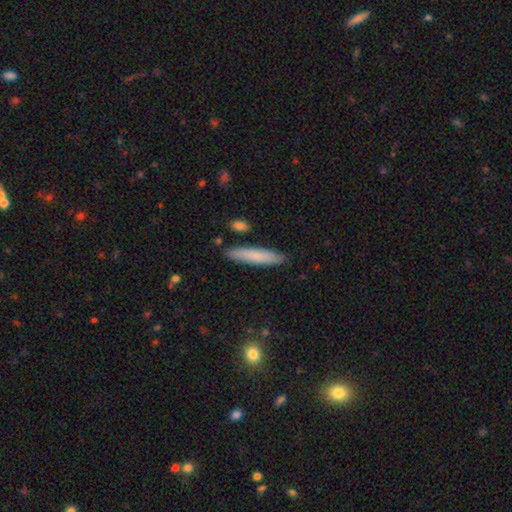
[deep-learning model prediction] Q: Smooth or featured?
A: smooth (77%); runner-up: featured or disk (17%)
Q: How rounded?
A: cigar-shaped (90%); runner-up: in between (9%)
Q: Merging?
A: none (88%); runner-up: minor disturbance (8%)